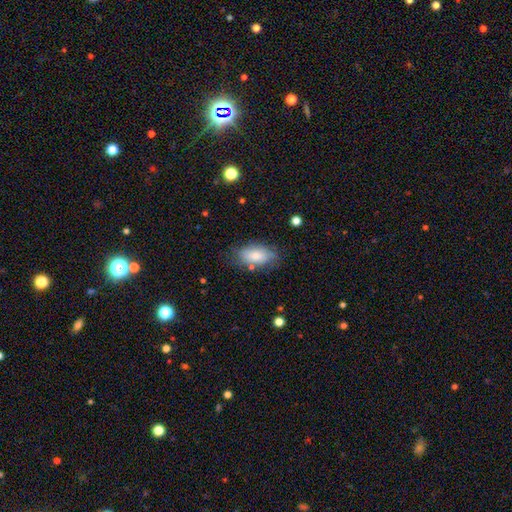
Smooth or featured: smooth — 89% (featured or disk — 11%)
How rounded: in between — 94% (round — 6%)
Merging: none — 63% (minor disturbance — 32%)